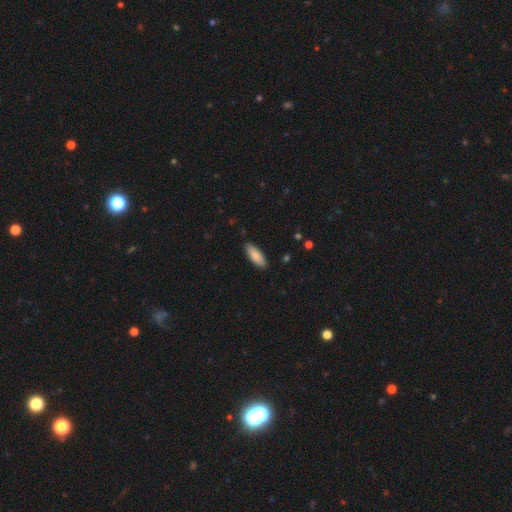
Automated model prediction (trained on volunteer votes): smooth 85%, featured or disk 9%, star or artifact 6%. Down the decision tree: how rounded — in between (70%); merging — none (88%).